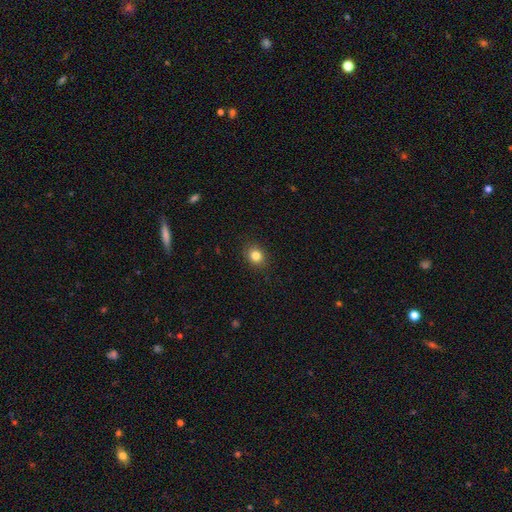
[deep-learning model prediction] Q: Smooth or featured?
A: smooth (82%); runner-up: star or artifact (12%)
Q: How rounded?
A: round (66%); runner-up: in between (33%)
Q: Merging?
A: none (89%); runner-up: minor disturbance (7%)